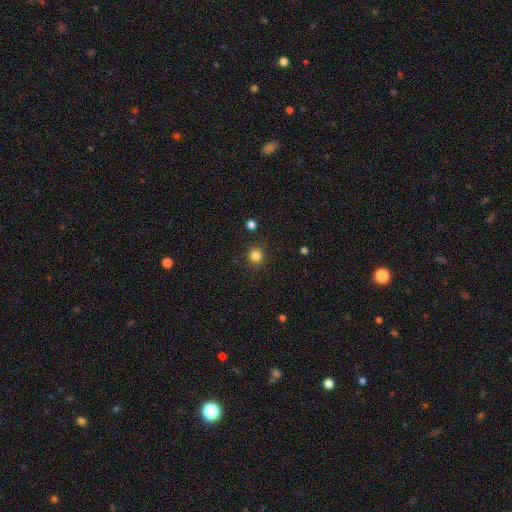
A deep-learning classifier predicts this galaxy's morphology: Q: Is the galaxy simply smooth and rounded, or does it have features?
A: smooth — 82%.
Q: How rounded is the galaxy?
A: round — 92%.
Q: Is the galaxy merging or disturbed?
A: none — 89%.